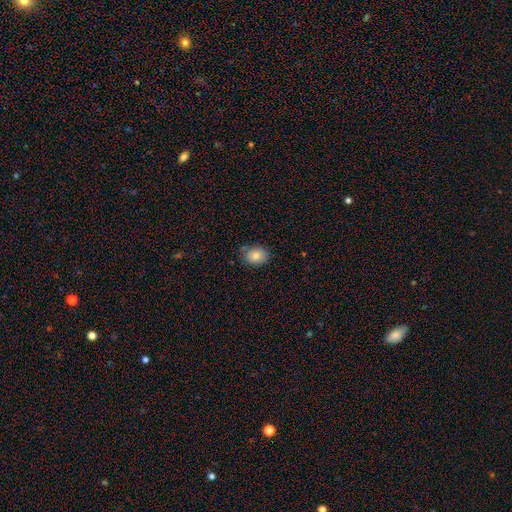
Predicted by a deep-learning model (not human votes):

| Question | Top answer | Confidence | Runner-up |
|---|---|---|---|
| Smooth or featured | smooth | 82% | featured or disk (9%) |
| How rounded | in between | 50% | round (49%) |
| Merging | none | 78% | minor disturbance (16%) |